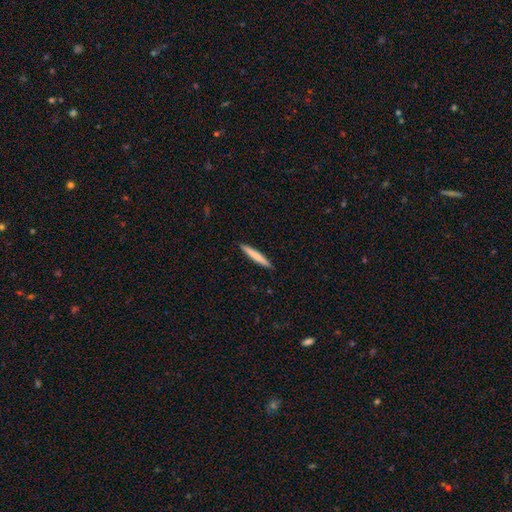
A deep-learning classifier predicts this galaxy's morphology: type=smooth (73%); roundness=cigar-shaped (96%); merging=none (91%).